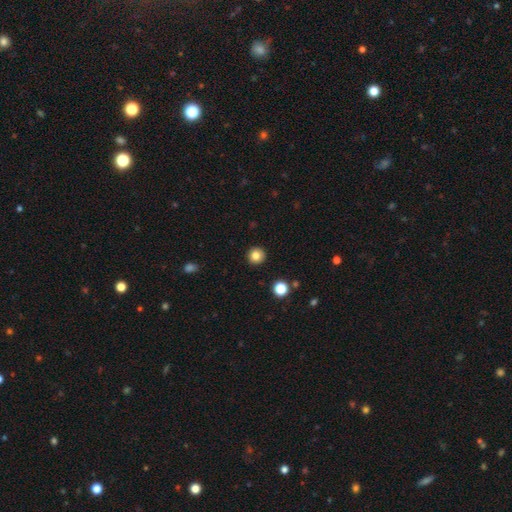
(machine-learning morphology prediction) Q: Smooth or featured?
A: smooth (83%); runner-up: star or artifact (11%)
Q: How rounded?
A: round (94%); runner-up: in between (5%)
Q: Merging?
A: none (93%); runner-up: minor disturbance (5%)